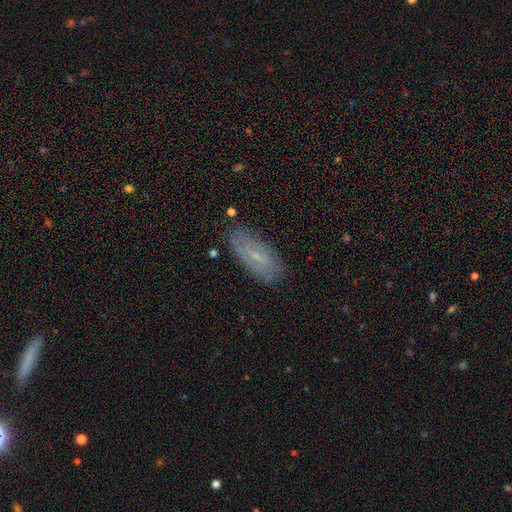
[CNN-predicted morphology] smooth 50%, featured or disk 39%, star or artifact 11%. Down the decision tree: merging — none (81%).